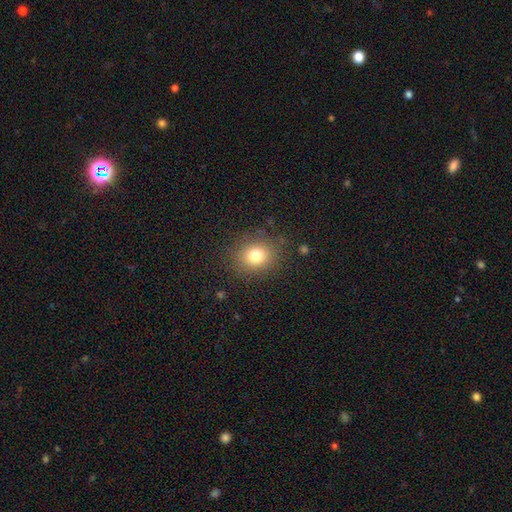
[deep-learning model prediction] smooth 79%, star or artifact 13%, featured or disk 9%. Down the decision tree: how rounded — round (69%); merging — none (84%).